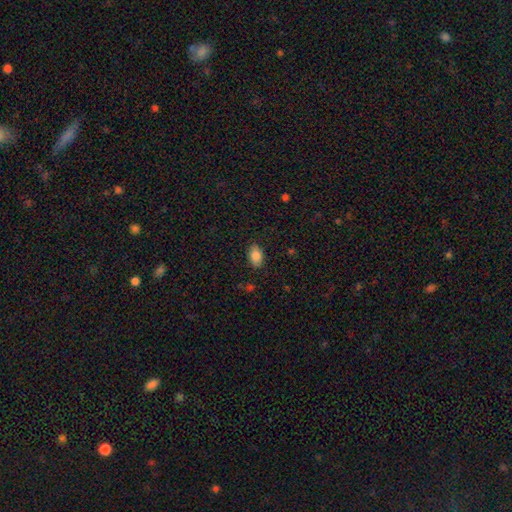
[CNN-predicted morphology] smooth_or_featured: smooth (p=0.84) [alt: featured or disk p=0.08]
how_rounded: in between (p=0.90) [alt: round p=0.08]
merging: none (p=0.86) [alt: minor disturbance p=0.11]